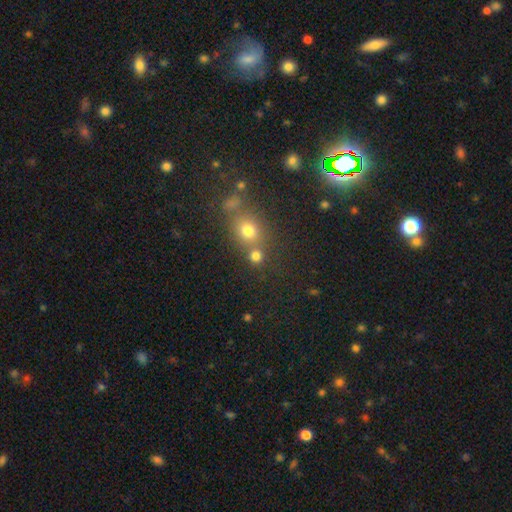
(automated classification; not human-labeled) Morphology: type=smooth (75%); roundness=round (84%); merging=none (61%).